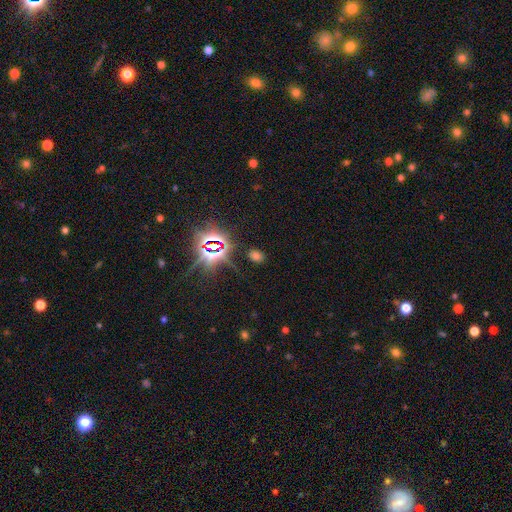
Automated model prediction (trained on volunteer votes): Smooth or featured?
  - smooth: 52% *
  - star or artifact: 41%
  - featured or disk: 7%
How rounded?
  - in between: 78% *
  - round: 20%
  - cigar-shaped: 2%
Merging?
  - none: 84% *
  - minor disturbance: 10%
  - major disturbance: 4%
  - merger: 2%